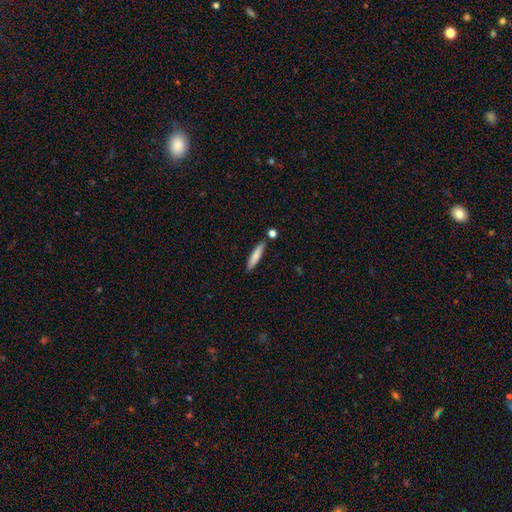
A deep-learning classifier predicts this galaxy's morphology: Smooth or featured? smooth (80%)
How rounded? cigar-shaped (85%)
Merging? none (82%)